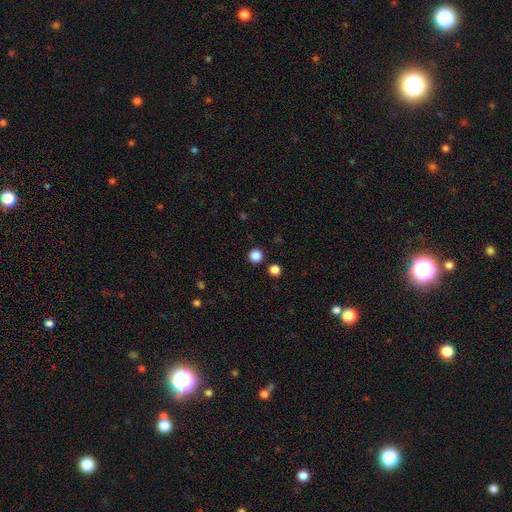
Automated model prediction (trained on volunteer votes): Smooth or featured?
  - smooth: 85% *
  - star or artifact: 12%
  - featured or disk: 3%
How rounded?
  - round: 96% *
  - in between: 3%
  - cigar-shaped: 1%
Merging?
  - none: 91% *
  - minor disturbance: 4%
  - merger: 3%
  - major disturbance: 2%